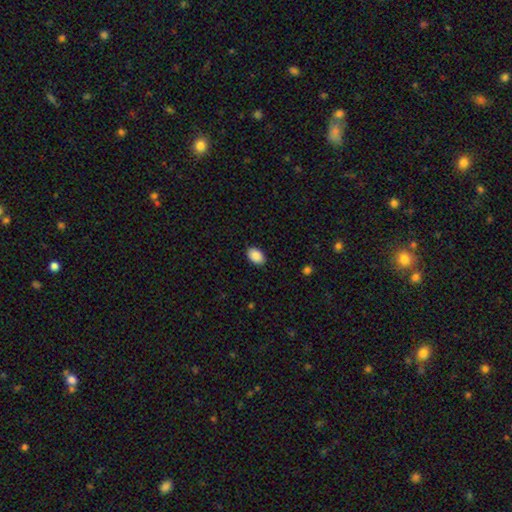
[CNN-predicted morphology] Smooth or featured? smooth (90%)
How rounded? in between (89%)
Merging? none (89%)